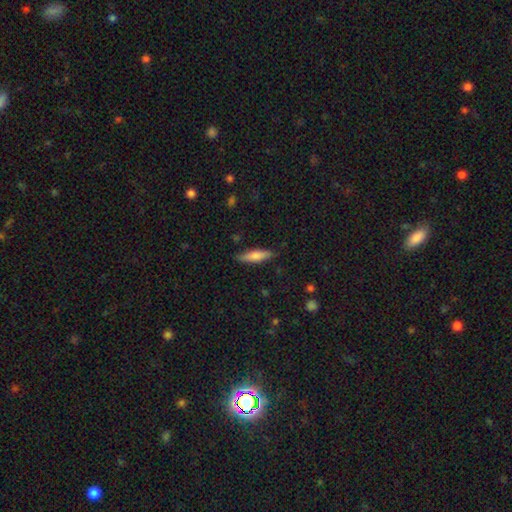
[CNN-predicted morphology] A smooth galaxy with no disk features (71%) that is cigar-shaped (72%).

Vote fractions:
- Smooth or featured? smooth: 71% / featured or disk: 23% / star or artifact: 6%
- How rounded? cigar-shaped: 72% / in between: 26% / round: 2%
- Merging? none: 85% / minor disturbance: 11% / major disturbance: 2% / merger: 1%